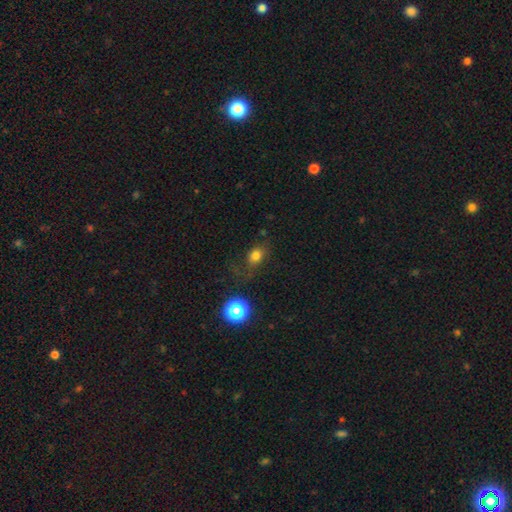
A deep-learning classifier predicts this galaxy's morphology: Q: Smooth or featured?
A: smooth (75%); runner-up: star or artifact (16%)
Q: How rounded?
A: in between (57%); runner-up: round (41%)
Q: Merging?
A: none (58%); runner-up: minor disturbance (21%)